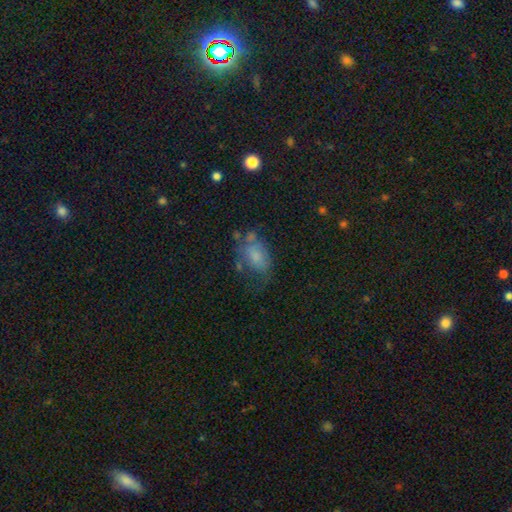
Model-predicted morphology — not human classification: This appears to be a smooth galaxy with no disk features (63%) that is in between round and cigar-shaped (87%). Merging: none (35%).